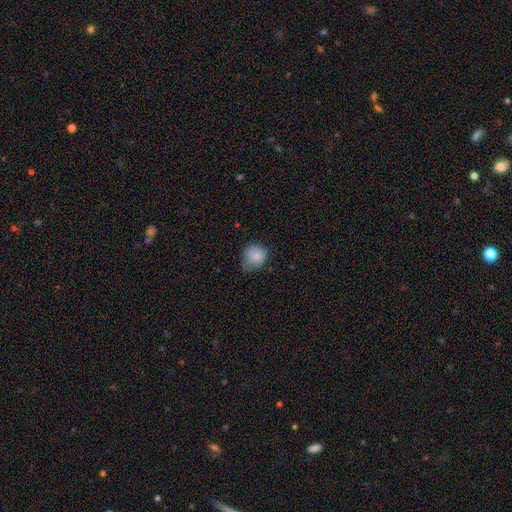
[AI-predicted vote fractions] Smooth or featured? smooth (82%)
How rounded? round (72%)
Merging? none (52%)